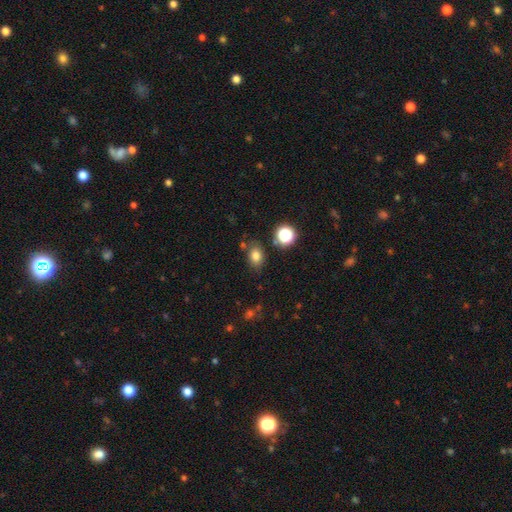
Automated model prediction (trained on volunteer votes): A smooth galaxy with no disk features (79%) that is in between round and cigar-shaped (70%). Merging: none (75%).